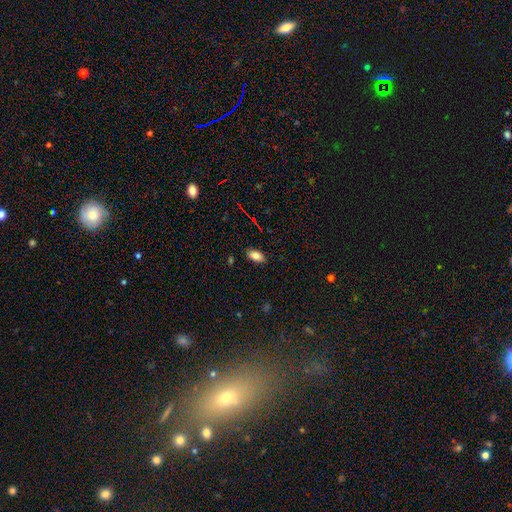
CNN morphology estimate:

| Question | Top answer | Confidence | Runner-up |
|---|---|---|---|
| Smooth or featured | smooth | 83% | star or artifact (9%) |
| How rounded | in between | 91% | cigar-shaped (5%) |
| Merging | none | 87% | minor disturbance (10%) |